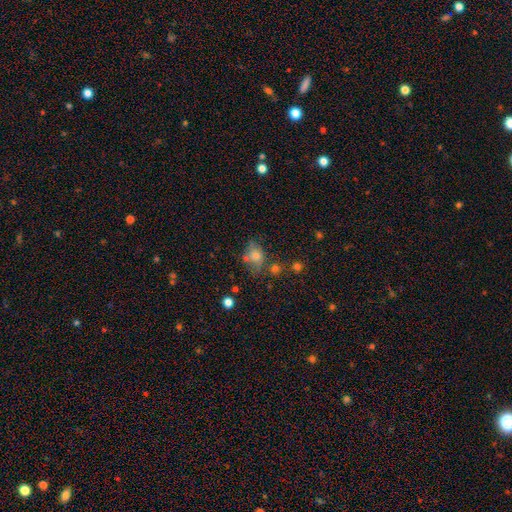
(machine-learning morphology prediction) This appears to be a smooth galaxy with no disk features (60%) that is in between round and cigar-shaped (50%). Merging: none (52%).